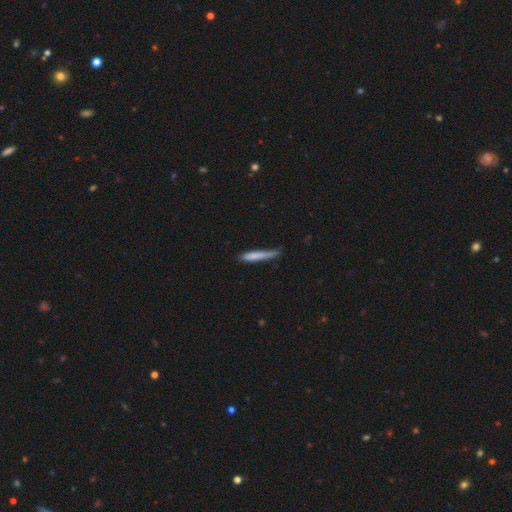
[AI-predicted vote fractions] smooth 77%, featured or disk 17%, star or artifact 6%. Down the decision tree: how rounded — cigar-shaped (94%); merging — none (63%).